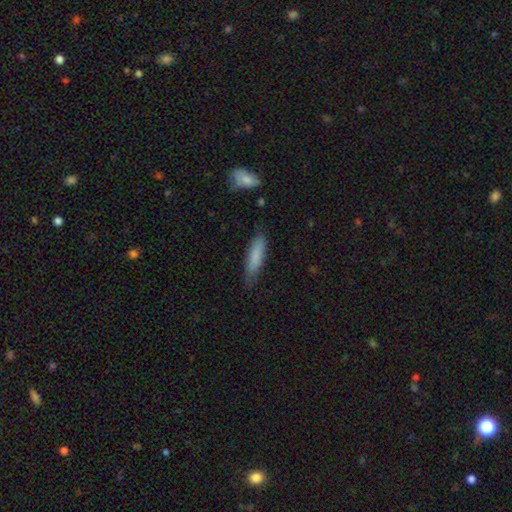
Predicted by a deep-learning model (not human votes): Q: Smooth or featured?
A: smooth (83%); runner-up: featured or disk (11%)
Q: How rounded?
A: cigar-shaped (71%); runner-up: in between (28%)
Q: Merging?
A: none (72%); runner-up: minor disturbance (21%)